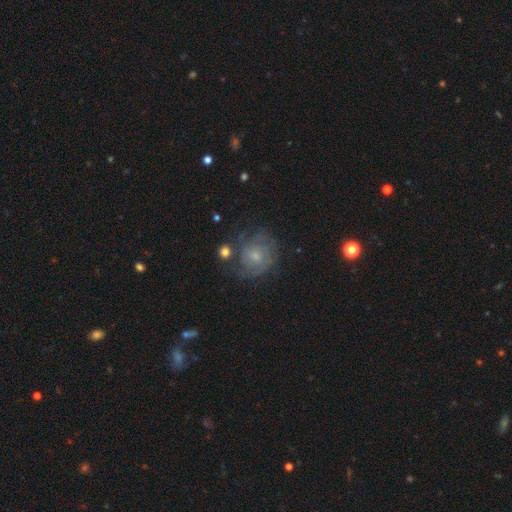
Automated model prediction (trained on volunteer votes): Smooth or featured?
  - featured or disk: 60% *
  - smooth: 30%
  - star or artifact: 10%
Edge-on disk?
  - no: 97% *
  - yes: 3%
Bar?
  - no: 72% *
  - weak: 25%
  - strong: 3%
Spiral arms?
  - yes: 76% *
  - no: 24%
Bulge size?
  - small: 52% *
  - moderate: 38%
  - none: 6%
  - large: 3%
  - dominant: 1%
Merging?
  - none: 56% *
  - minor disturbance: 22%
  - major disturbance: 16%
  - merger: 5%